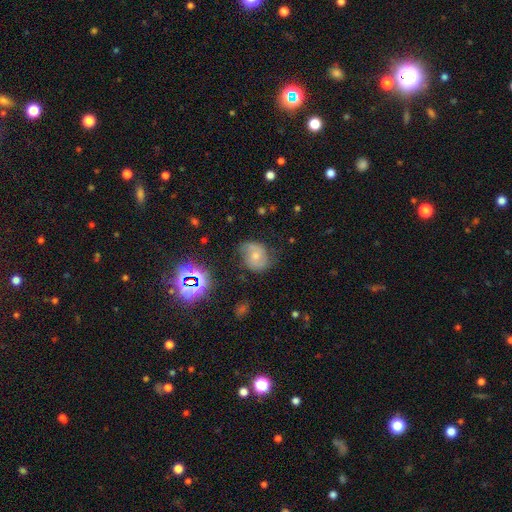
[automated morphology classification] This is possibly a featured or disk galaxy (48%). Merging: likely none (61%).